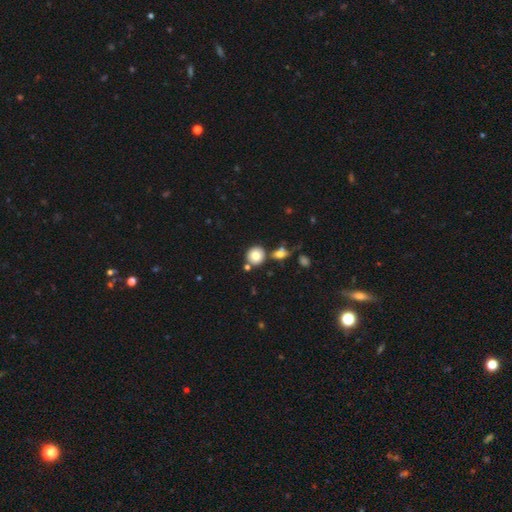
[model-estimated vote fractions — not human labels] This appears to be a smooth galaxy with no disk features (77%) that is round (86%). Merging: none (72%).